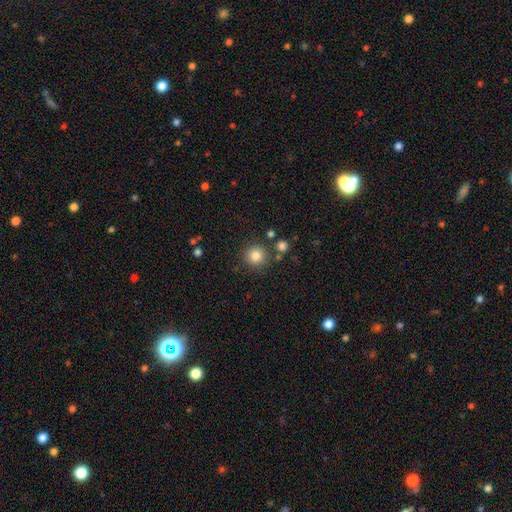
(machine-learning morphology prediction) type=smooth (83%); roundness=round (94%); merging=none (84%).